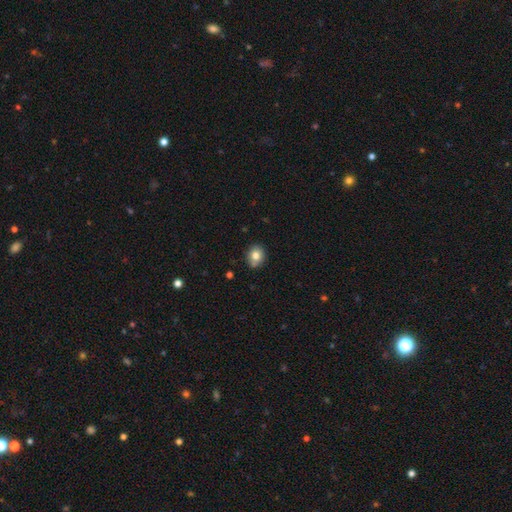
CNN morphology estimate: Smooth or featured? Predicted: smooth (p=0.79). How rounded? Predicted: round (p=0.59). Merging? Predicted: none (p=0.81).